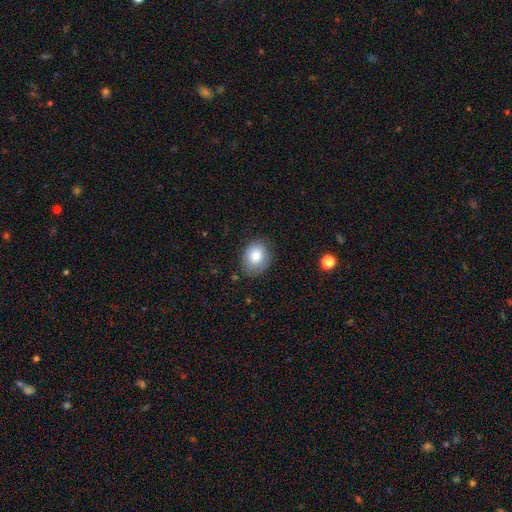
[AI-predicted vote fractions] The model was most divided on "how rounded": in between: 50%, round: 49%, cigar-shaped: 1%. More confident: smooth or featured — smooth (81%); merging — none (78%).